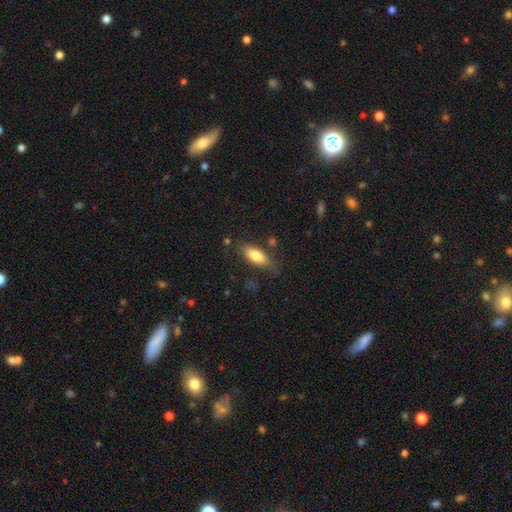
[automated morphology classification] A smooth galaxy with no disk features (79%) that is in between round and cigar-shaped (75%). Merging: none (76%).